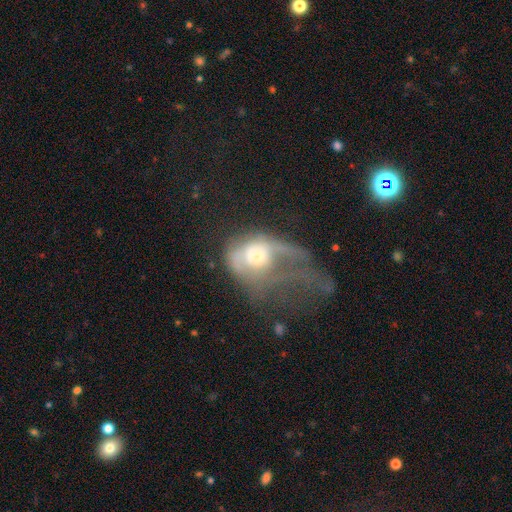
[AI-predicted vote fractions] Smooth or featured? Predicted: featured or disk (p=0.51). Edge-on disk? Predicted: no (p=0.95). Merging? Predicted: major disturbance (p=0.67).